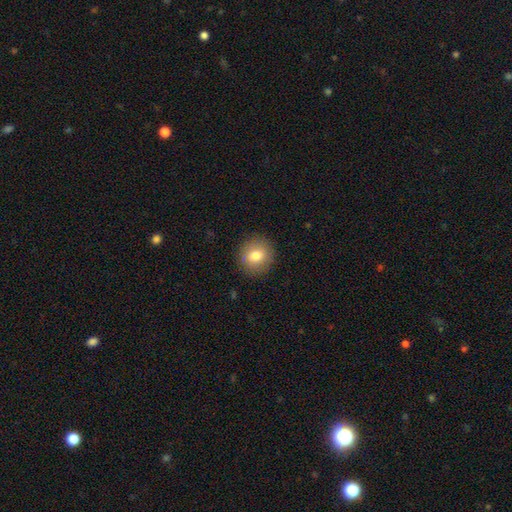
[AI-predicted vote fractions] Smooth or featured?
  - smooth: 79% *
  - featured or disk: 12%
  - star or artifact: 9%
How rounded?
  - round: 84% *
  - in between: 16%
  - cigar-shaped: 1%
Merging?
  - none: 88% *
  - minor disturbance: 8%
  - major disturbance: 3%
  - merger: 1%